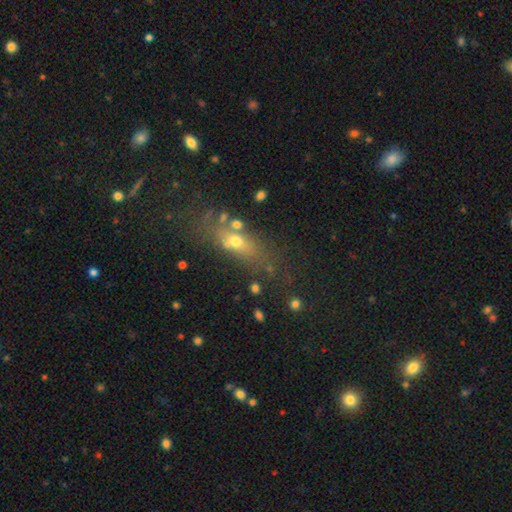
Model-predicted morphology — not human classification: smooth_or_featured: smooth (p=0.47) [alt: star or artifact p=0.27]
merging: none (p=0.64) [alt: minor disturbance p=0.16]